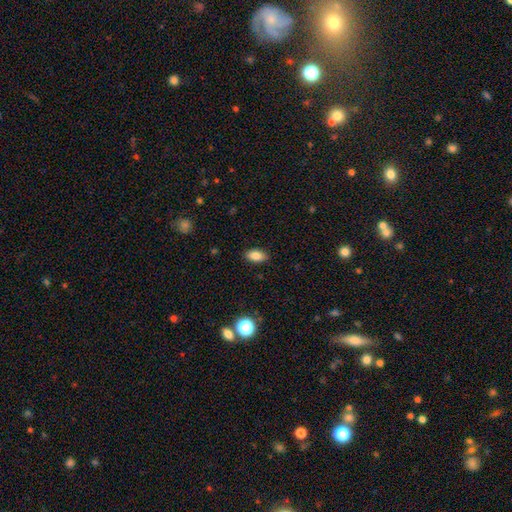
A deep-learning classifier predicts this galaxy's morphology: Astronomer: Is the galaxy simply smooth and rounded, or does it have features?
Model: smooth — 85%.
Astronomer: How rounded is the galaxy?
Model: in between — 90%.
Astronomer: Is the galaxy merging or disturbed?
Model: none — 88%.